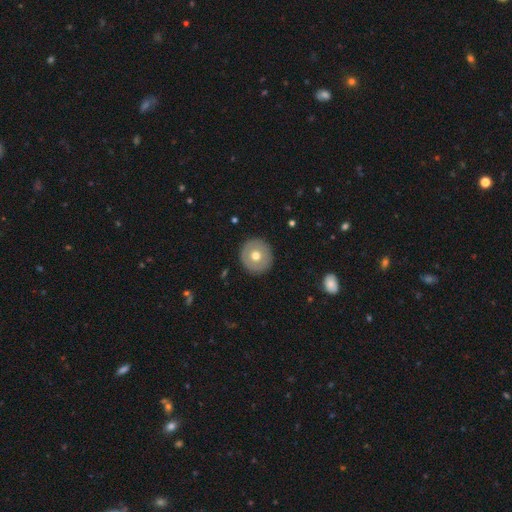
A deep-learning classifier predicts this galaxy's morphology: Smooth or featured? Predicted: smooth (p=0.62). How rounded? Predicted: round (p=0.94). Merging? Predicted: none (p=0.91).